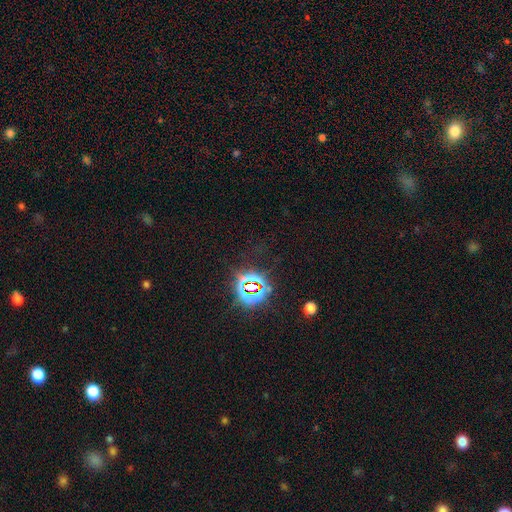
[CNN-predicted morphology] type=star or artifact (80%).